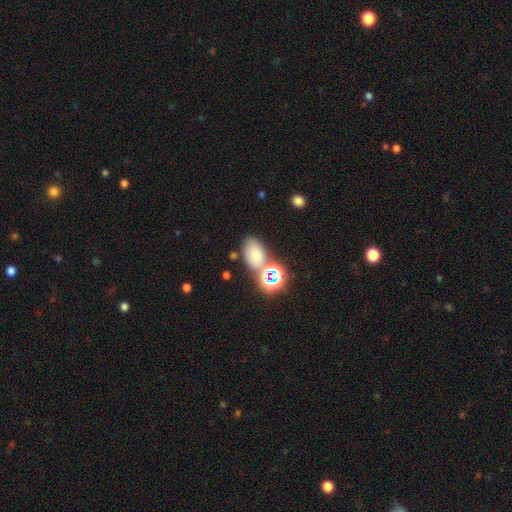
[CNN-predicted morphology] type=smooth (62%); roundness=in between (80%); merging=none (61%).